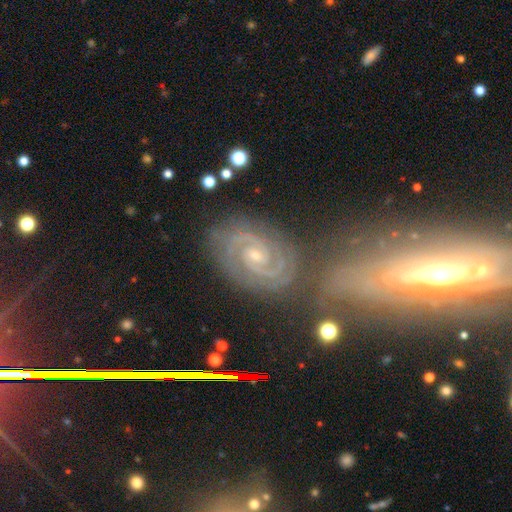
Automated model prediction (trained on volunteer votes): Smooth or featured: featured or disk — 90% (star or artifact — 6%)
Edge-on disk: no — 98% (yes — 2%)
Bar: no — 56% (weak — 33%)
Spiral arms: yes — 99% (no — 1%)
Spiral winding: tight — 69% (medium — 27%)
Spiral arm count: 2 — 84% (3 — 6%)
Bulge size: small — 66% (moderate — 30%)
Merging: none — 76% (minor disturbance — 13%)